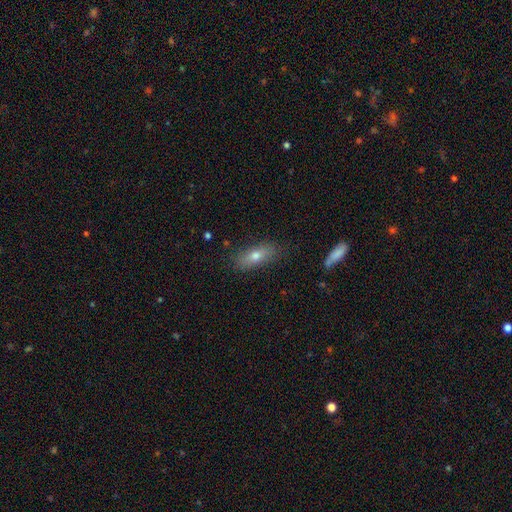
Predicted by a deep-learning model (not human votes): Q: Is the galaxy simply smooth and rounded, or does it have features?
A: smooth — 67%.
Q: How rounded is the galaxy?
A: in between — 64%.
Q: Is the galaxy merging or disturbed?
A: none — 81%.